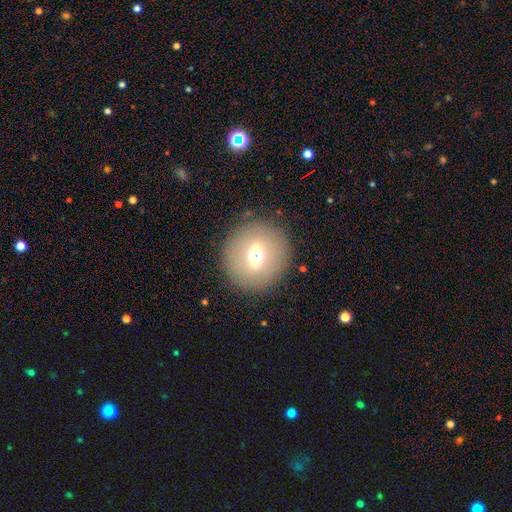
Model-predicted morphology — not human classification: Smooth or featured: smooth — 57% (featured or disk — 30%)
How rounded: round — 88% (in between — 10%)
Merging: none — 83% (minor disturbance — 9%)